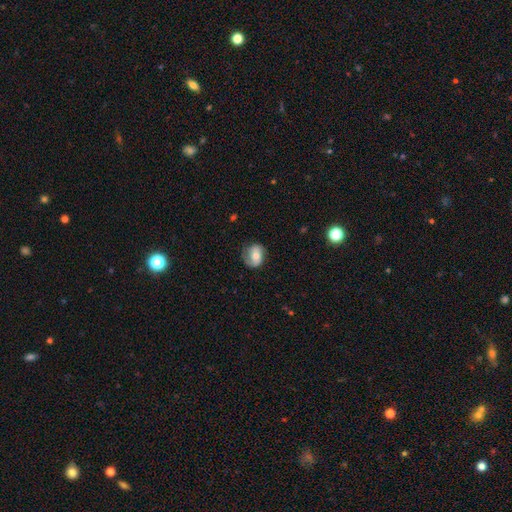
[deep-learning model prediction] smooth-or-featured: smooth: 46% (tied) | featured or disk: 46% (tied) | star or artifact: 8%
  merging: none: 66% | minor disturbance: 23% | major disturbance: 9% | merger: 1%